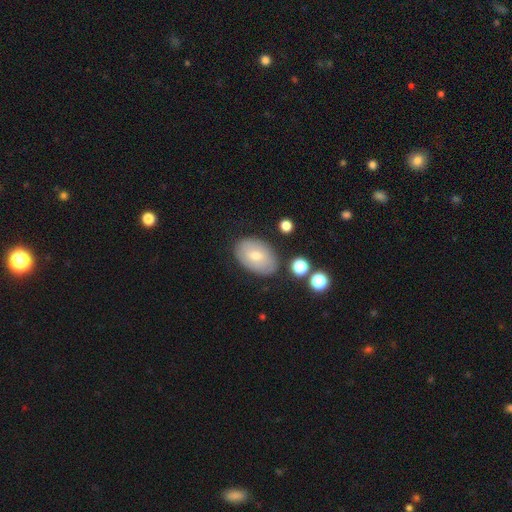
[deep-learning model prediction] A smooth galaxy with no disk features (61%) that is in between round and cigar-shaped (87%).

Vote fractions:
- Smooth or featured? smooth: 61% / featured or disk: 30% / star or artifact: 8%
- How rounded? in between: 87% / round: 11% / cigar-shaped: 1%
- Merging? none: 79% / minor disturbance: 14% / major disturbance: 4% / merger: 3%